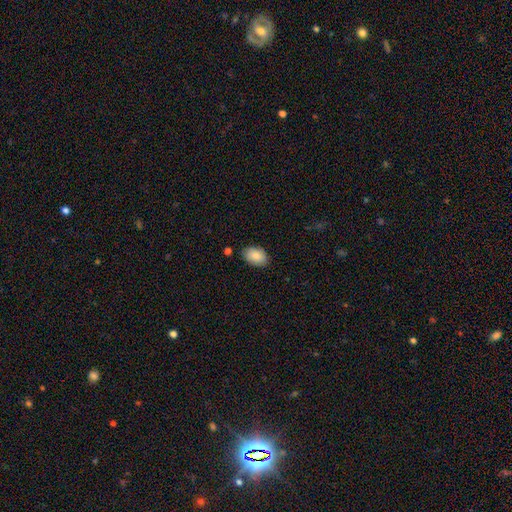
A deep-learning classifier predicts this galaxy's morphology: The model was most divided on "merging": none: 84%, minor disturbance: 11%, major disturbance: 2%, merger: 2%. More confident: how rounded — in between (88%); smooth or featured — smooth (87%).